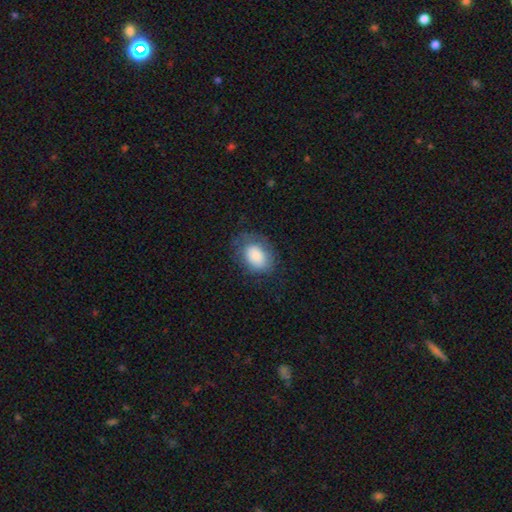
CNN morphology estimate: Overall: smooth (83%). How rounded: in between (77%). Merging: none (65%).